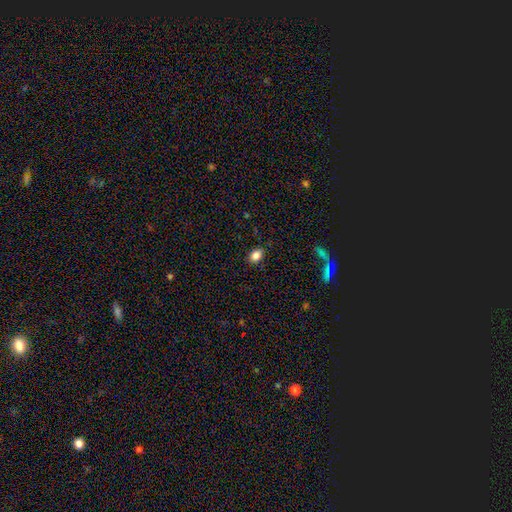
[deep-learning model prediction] Q: Smooth or featured?
A: smooth (85%); runner-up: star or artifact (10%)
Q: How rounded?
A: in between (77%); runner-up: round (21%)
Q: Merging?
A: none (86%); runner-up: minor disturbance (10%)